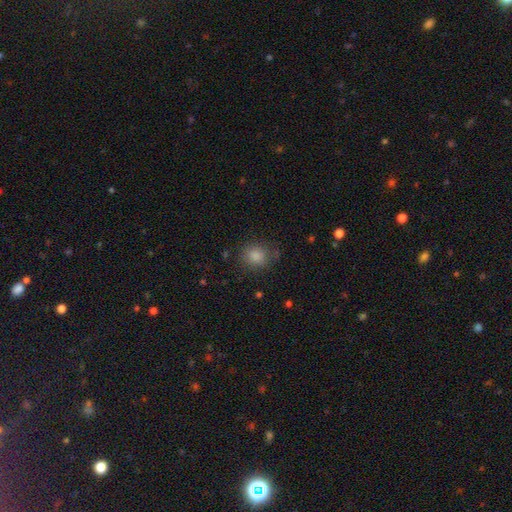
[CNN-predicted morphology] The model was most divided on "how rounded": round: 76%, in between: 23%, cigar-shaped: 1%. More confident: smooth or featured — smooth (80%); merging — none (80%).